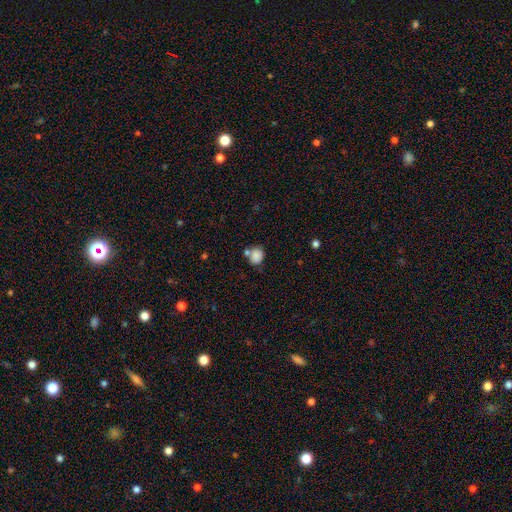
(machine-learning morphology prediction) Smooth or featured? smooth (84%)
How rounded? round (62%)
Merging? none (56%)